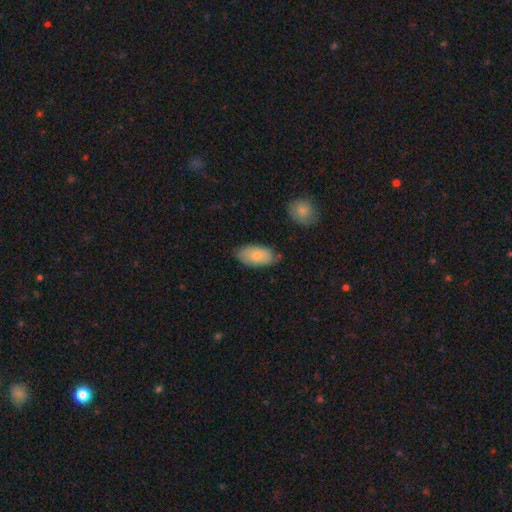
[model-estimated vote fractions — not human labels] Smooth or featured: smooth — 76% (featured or disk — 18%)
How rounded: in between — 94% (cigar-shaped — 4%)
Merging: none — 71% (minor disturbance — 22%)